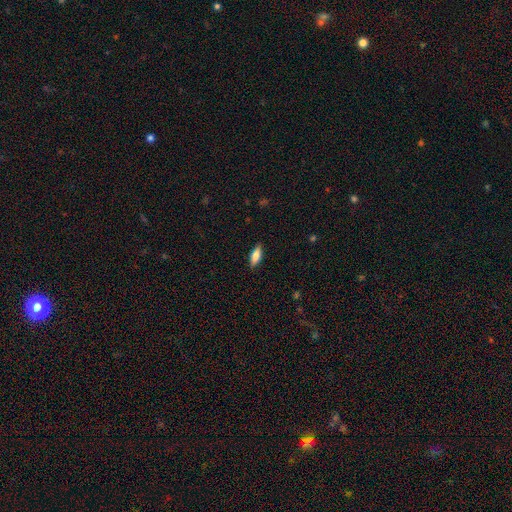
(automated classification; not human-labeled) Morphology: type=smooth (75%); roundness=in between (72%); merging=none (87%).